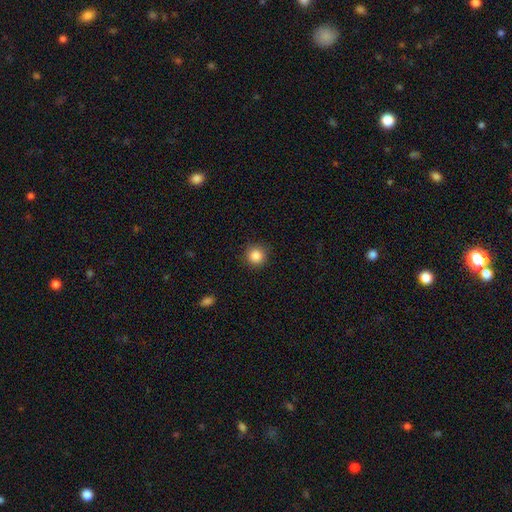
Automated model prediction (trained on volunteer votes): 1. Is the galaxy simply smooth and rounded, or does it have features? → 87% smooth, 10% star or artifact, 3% featured or disk.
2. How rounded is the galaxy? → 94% round, 5% in between, 1% cigar-shaped.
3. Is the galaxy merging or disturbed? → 90% none, 7% minor disturbance, 2% major disturbance, 1% merger.